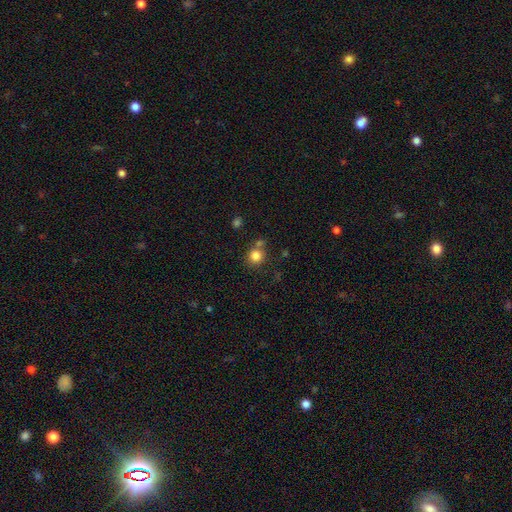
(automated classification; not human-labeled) Smooth or featured? Predicted: smooth (p=0.83). How rounded? Predicted: round (p=0.91). Merging? Predicted: none (p=0.70).